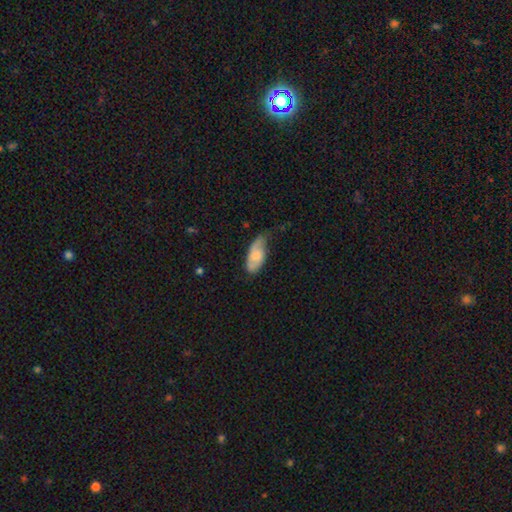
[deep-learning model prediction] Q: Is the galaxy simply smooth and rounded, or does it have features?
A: smooth — 61%.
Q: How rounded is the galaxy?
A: in between — 87%.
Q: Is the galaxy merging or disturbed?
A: none — 47%.